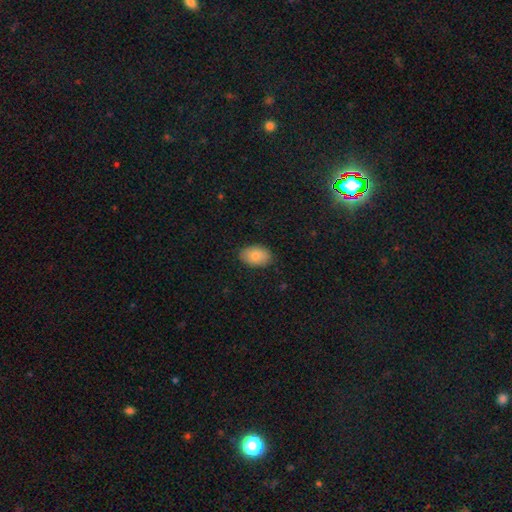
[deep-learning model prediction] Smooth or featured? Predicted: smooth (p=0.83). How rounded? Predicted: in between (p=0.89). Merging? Predicted: none (p=0.86).